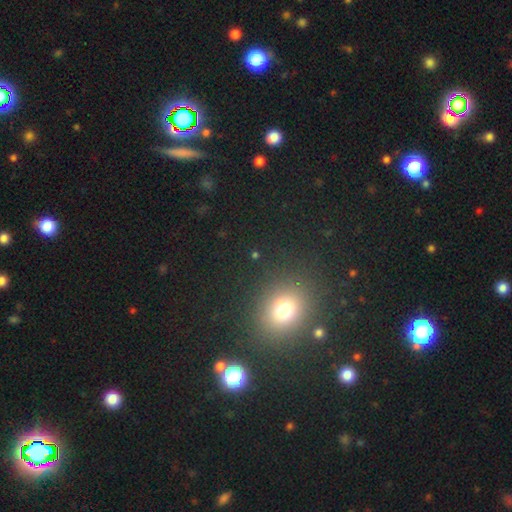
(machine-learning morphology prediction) A smooth galaxy with no disk features (53%) that is round (73%).

Vote fractions:
- Smooth or featured? smooth: 53% / star or artifact: 37% / featured or disk: 10%
- How rounded? round: 73% / in between: 25% / cigar-shaped: 3%
- Merging? none: 80% / minor disturbance: 9% / merger: 7% / major disturbance: 4%